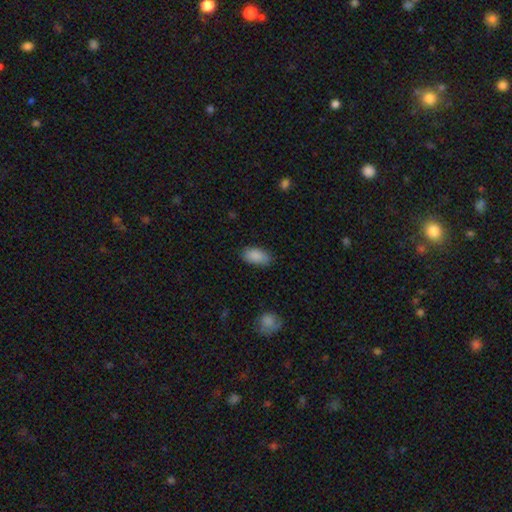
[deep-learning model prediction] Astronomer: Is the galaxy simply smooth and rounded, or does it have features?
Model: smooth — 89%.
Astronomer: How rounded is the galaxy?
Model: in between — 93%.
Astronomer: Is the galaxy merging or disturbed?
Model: none — 82%.